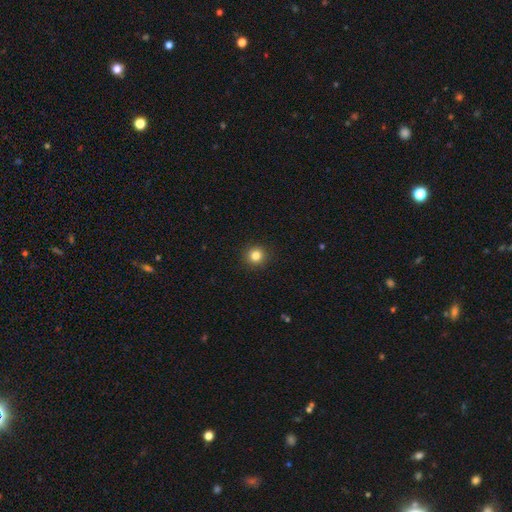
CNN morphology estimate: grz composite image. It shows a smooth galaxy with no disk features (82%) that is round (94%). Merging: none (93%).